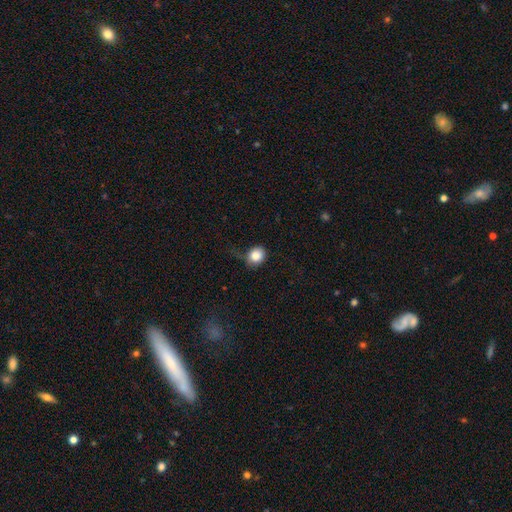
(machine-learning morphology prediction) Smooth or featured? smooth (82%)
How rounded? round (73%)
Merging? none (48%)